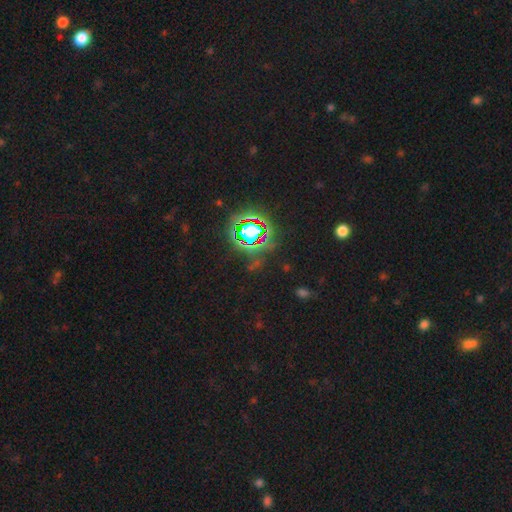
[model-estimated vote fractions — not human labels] smooth-or-featured: star or artifact: 78% | smooth: 13% | featured or disk: 8%